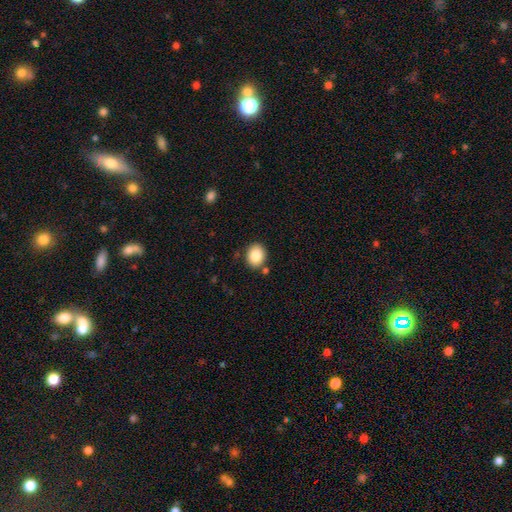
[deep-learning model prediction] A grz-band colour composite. It shows a smooth galaxy with no disk features (85%) that is round (61%). Merging: none (83%).